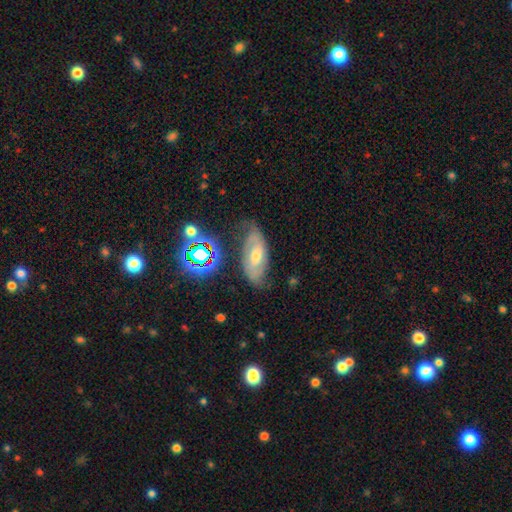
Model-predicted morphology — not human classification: Overall: featured or disk (59%; smooth 26%). Edge-on disk: no (89%). Bar: weak (44%; no 39%). Spiral arms: yes (84%). Bulge size: moderate (61%; small 30%). Merging: none (62%; minor disturbance 24%).